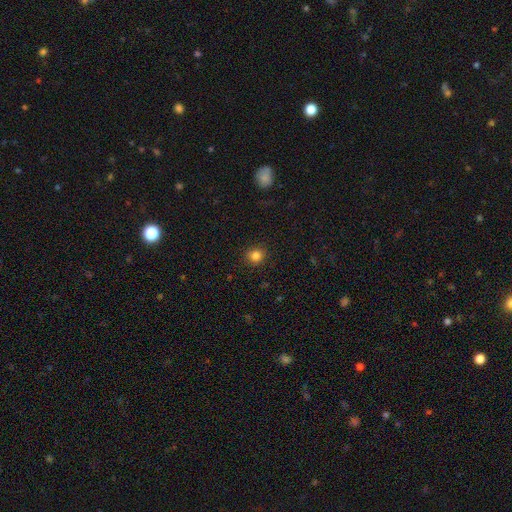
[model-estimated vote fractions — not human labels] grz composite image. It shows a smooth galaxy with no disk features (84%) that is round (81%). Merging: none (89%).